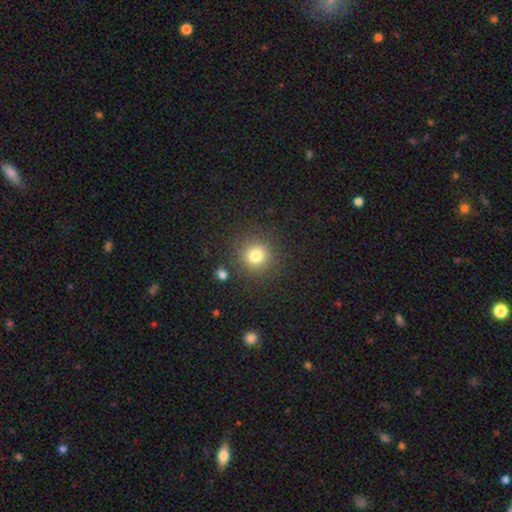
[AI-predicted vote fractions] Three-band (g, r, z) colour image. It shows a smooth galaxy with no disk features (78%) that is round (91%). Merging: none (87%).